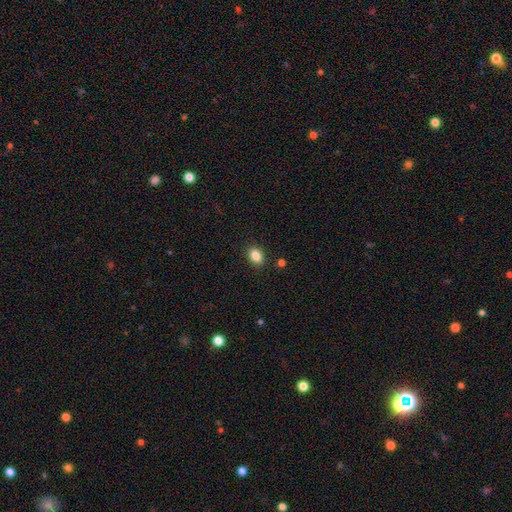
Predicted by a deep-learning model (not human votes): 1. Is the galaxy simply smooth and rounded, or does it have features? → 85% smooth, 10% star or artifact, 5% featured or disk.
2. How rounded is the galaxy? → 71% in between, 28% round, 1% cigar-shaped.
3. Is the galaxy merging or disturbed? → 88% none, 8% minor disturbance, 2% major disturbance, 2% merger.